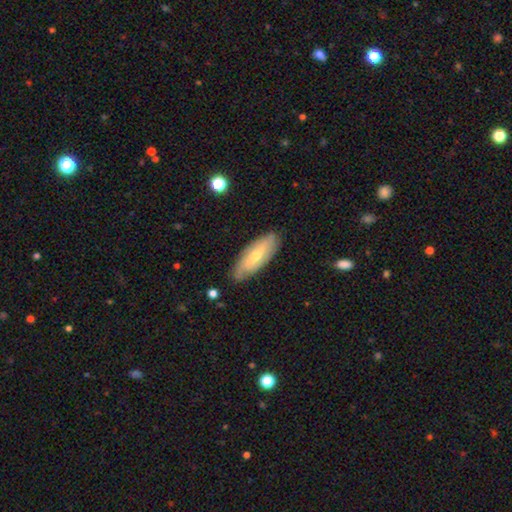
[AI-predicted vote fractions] Smooth or featured?
  - featured or disk: 54% *
  - smooth: 40%
  - star or artifact: 6%
Edge-on disk?
  - no: 77% *
  - yes: 23%
Merging?
  - none: 81% *
  - minor disturbance: 15%
  - major disturbance: 3%
  - merger: 1%